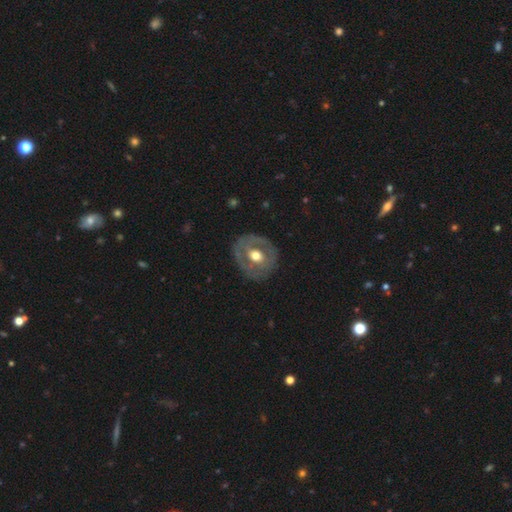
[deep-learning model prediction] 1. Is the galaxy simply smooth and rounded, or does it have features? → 60% featured or disk, 34% smooth, 5% star or artifact.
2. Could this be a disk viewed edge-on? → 96% no, 4% yes.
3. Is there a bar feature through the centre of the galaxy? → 67% no, 24% weak, 8% strong.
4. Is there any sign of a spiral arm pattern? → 73% no, 27% yes.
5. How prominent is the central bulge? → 74% moderate, 18% large, 6% small, 1% dominant, 1% none.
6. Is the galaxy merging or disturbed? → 77% none, 15% minor disturbance, 6% major disturbance, 1% merger.